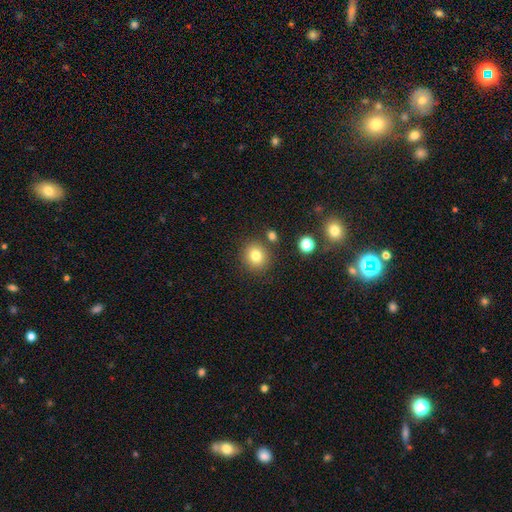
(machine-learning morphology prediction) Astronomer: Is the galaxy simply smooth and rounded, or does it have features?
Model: smooth — 80%.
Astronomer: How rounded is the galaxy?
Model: round — 85%.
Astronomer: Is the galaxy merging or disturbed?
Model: none — 83%.